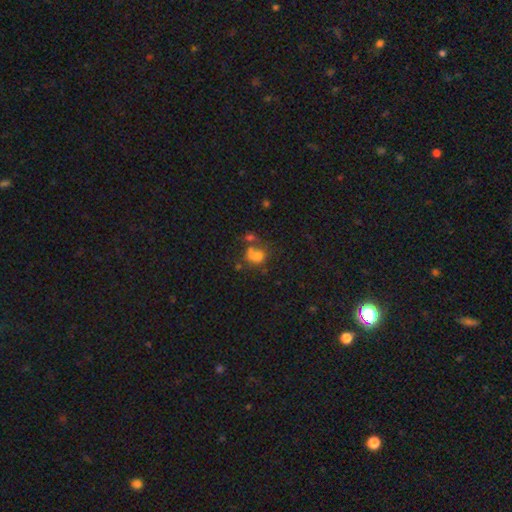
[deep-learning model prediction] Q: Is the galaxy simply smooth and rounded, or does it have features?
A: smooth — 59%.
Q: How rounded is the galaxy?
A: round — 52%.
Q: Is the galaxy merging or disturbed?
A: merger — 42%.